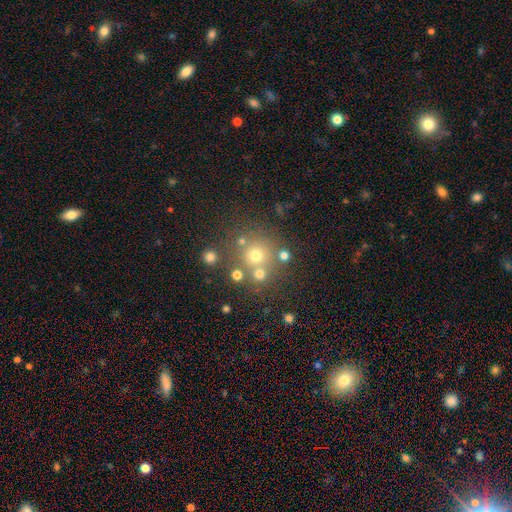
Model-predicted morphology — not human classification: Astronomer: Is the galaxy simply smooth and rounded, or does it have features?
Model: smooth — 63%.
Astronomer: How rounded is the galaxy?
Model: round — 91%.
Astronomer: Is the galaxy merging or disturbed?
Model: none — 68%.